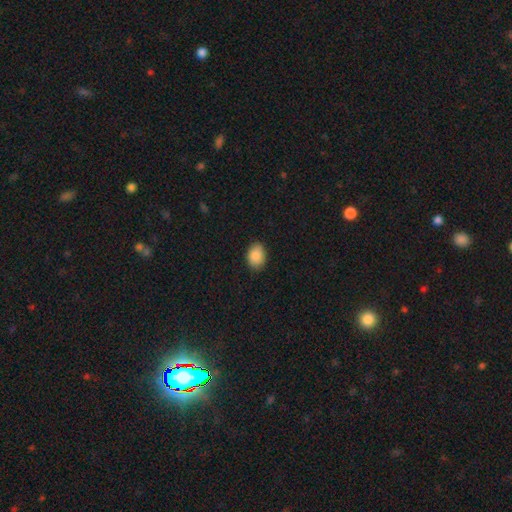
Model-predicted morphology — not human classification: This is clearly a smooth galaxy (89%). How rounded: likely in between (73%). Merging: clearly none (84%).